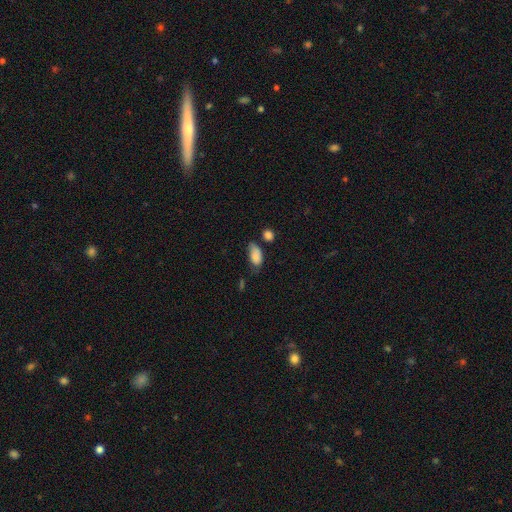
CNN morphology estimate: Smooth or featured? smooth (84%)
How rounded? in between (92%)
Merging? none (42%)